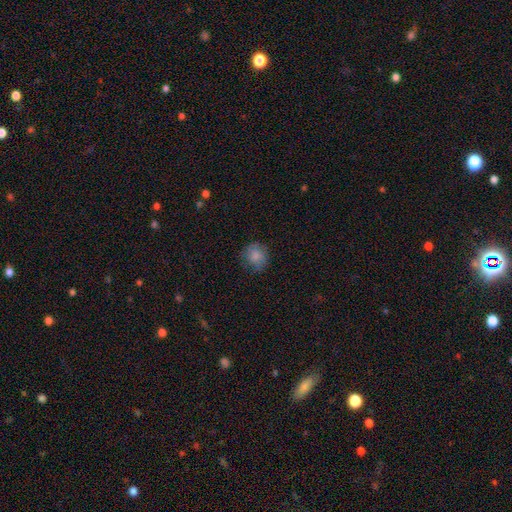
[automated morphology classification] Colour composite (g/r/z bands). It shows a smooth galaxy with no disk features (80%) that is round (83%). Merging: none (73%).